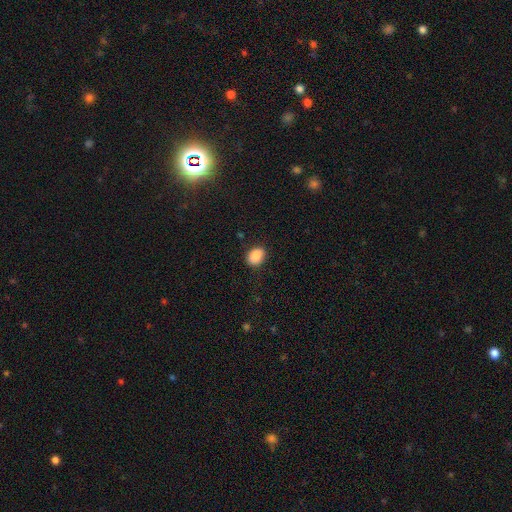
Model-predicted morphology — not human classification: This appears to be a smooth galaxy with no disk features (88%) that is in between round and cigar-shaped (65%). Merging: none (85%).